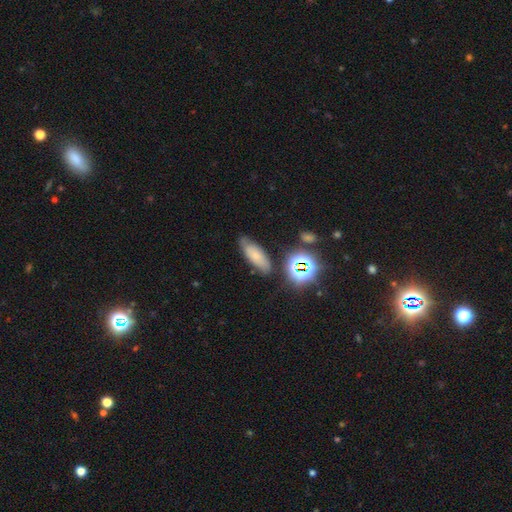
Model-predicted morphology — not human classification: Overall: smooth (61%). How rounded: in between (67%). Merging: none (72%).